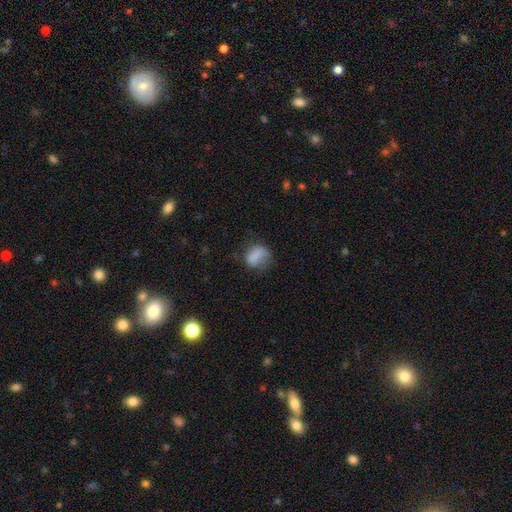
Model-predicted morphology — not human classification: Smooth or featured: smooth — 79% (featured or disk — 11%)
How rounded: in between — 63% (round — 34%)
Merging: none — 51% (minor disturbance — 29%)